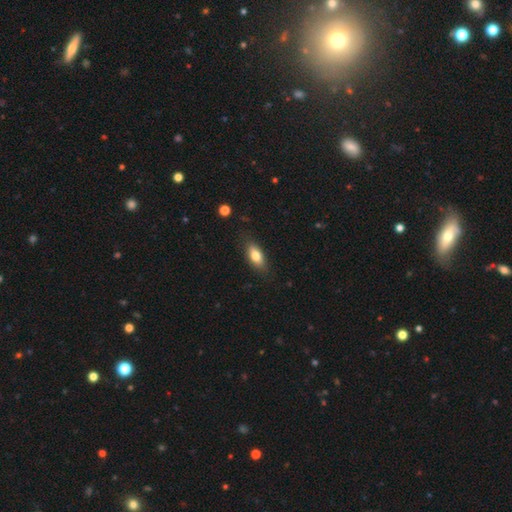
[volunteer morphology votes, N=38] Volunteers were most divided on "how rounded": in between: 75%, cigar-shaped: 25%, round: 0%. More confident: smooth or featured — smooth (84%); merging — none (83%).